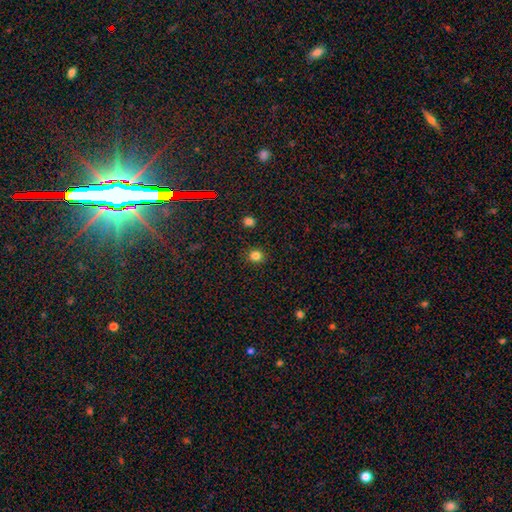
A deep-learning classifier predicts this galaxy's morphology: This is clearly a smooth galaxy (82%). How rounded: clearly round (84%). Merging: clearly none (91%).